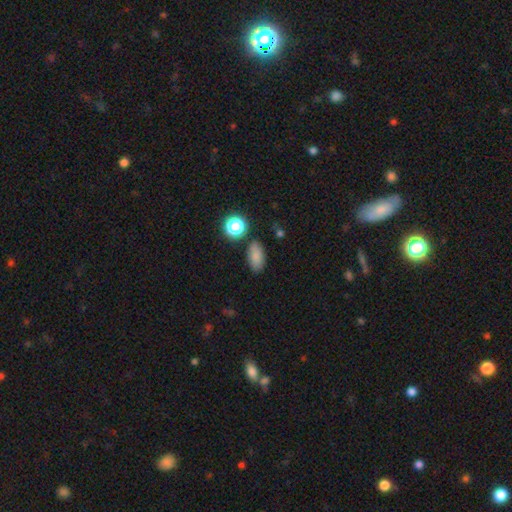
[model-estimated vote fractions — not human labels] The model was most divided on "smooth or featured": smooth: 81%, star or artifact: 12%, featured or disk: 6%. More confident: how rounded — in between (88%); merging — none (81%).